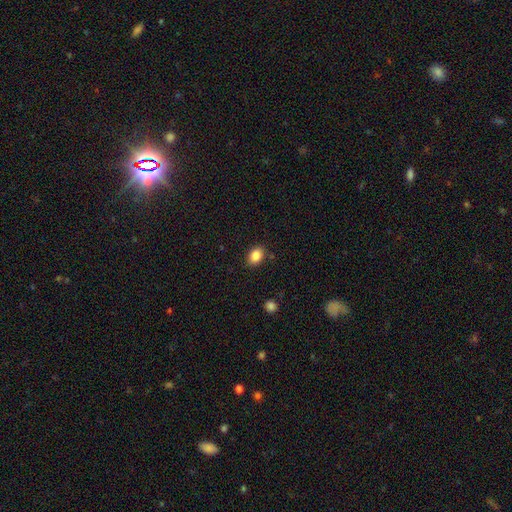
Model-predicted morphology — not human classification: smooth 86%, star or artifact 9%, featured or disk 6%. Down the decision tree: how rounded — in between (76%); merging — none (86%).